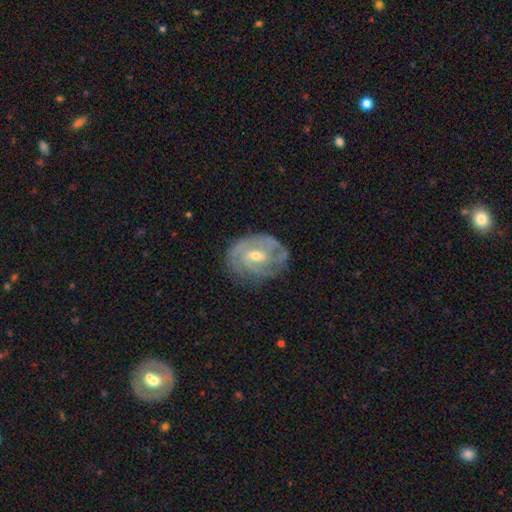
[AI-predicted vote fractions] A featured or disk galaxy (84%) with a weak bar (49%), 2 (29%) tight (61%) spiral arms (93%) and a moderate central bulge (50%). Merging: none (72%).